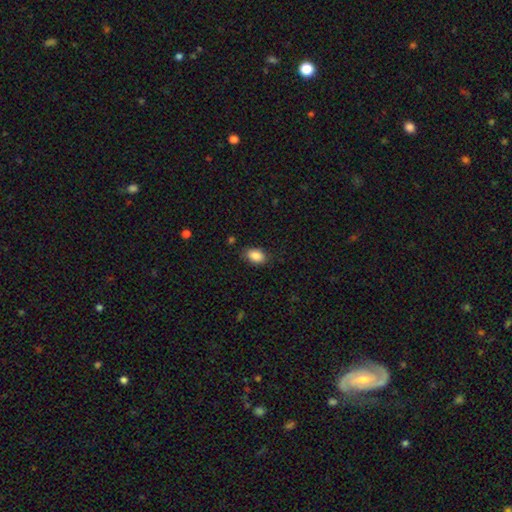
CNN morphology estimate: A smooth galaxy with no disk features (86%) that is in between round and cigar-shaped (85%).

Vote fractions:
- Smooth or featured? smooth: 86% / star or artifact: 8% / featured or disk: 6%
- How rounded? in between: 85% / round: 14% / cigar-shaped: 1%
- Merging? none: 82% / minor disturbance: 13% / major disturbance: 3% / merger: 1%